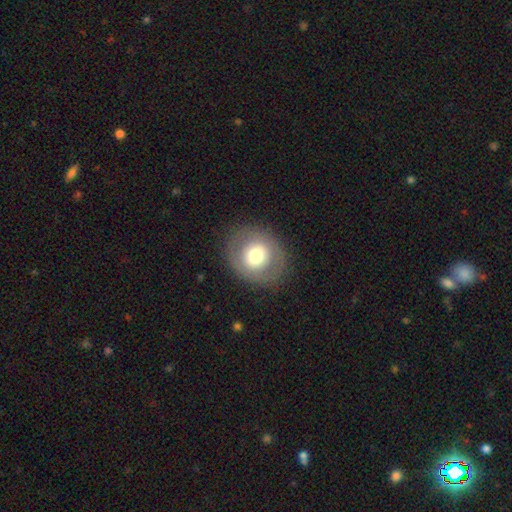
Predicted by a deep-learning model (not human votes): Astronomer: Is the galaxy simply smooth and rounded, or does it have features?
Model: smooth — 65%.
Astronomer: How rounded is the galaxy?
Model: round — 78%.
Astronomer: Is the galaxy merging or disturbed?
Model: none — 86%.